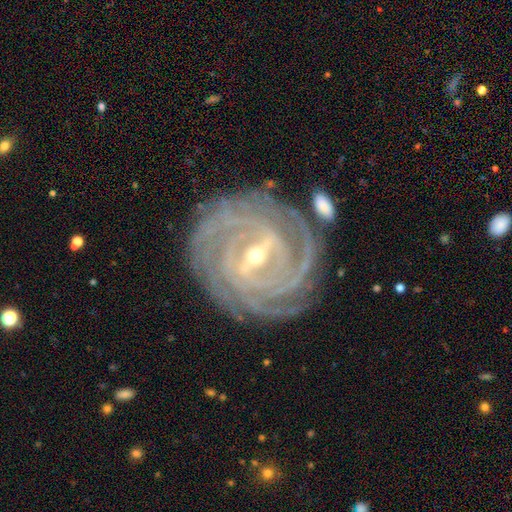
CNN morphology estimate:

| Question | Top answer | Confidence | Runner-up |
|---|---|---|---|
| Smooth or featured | featured or disk | 92% | star or artifact (5%) |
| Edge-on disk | no | 97% | yes (3%) |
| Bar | strong | 53% | weak (38%) |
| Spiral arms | yes | 99% | no (1%) |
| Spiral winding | tight | 86% | medium (12%) |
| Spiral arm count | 4 | 39% | more than 4 (17%) |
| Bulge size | small | 58% | moderate (39%) |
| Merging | none | 83% | minor disturbance (11%) |